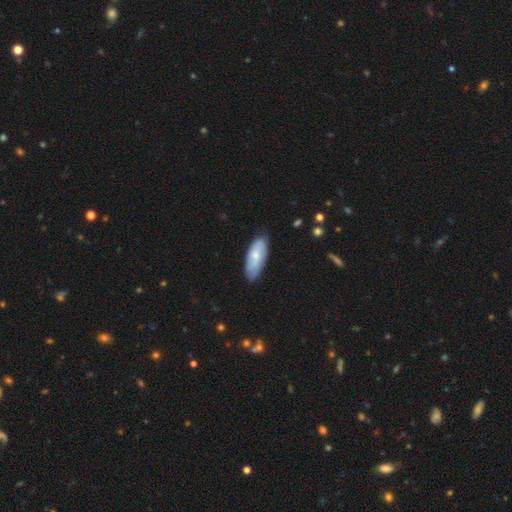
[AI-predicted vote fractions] Q: Smooth or featured?
A: smooth (66%); runner-up: featured or disk (28%)
Q: How rounded?
A: in between (79%); runner-up: cigar-shaped (19%)
Q: Merging?
A: none (78%); runner-up: minor disturbance (18%)